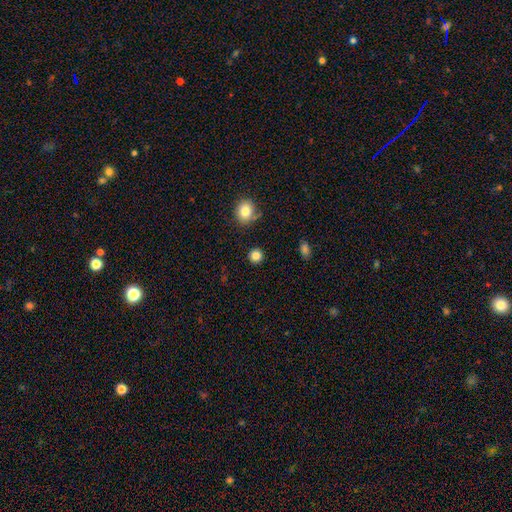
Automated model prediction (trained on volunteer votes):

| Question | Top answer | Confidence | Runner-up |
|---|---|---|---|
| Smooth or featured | smooth | 85% | star or artifact (11%) |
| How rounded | round | 93% | in between (7%) |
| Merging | none | 90% | minor disturbance (6%) |